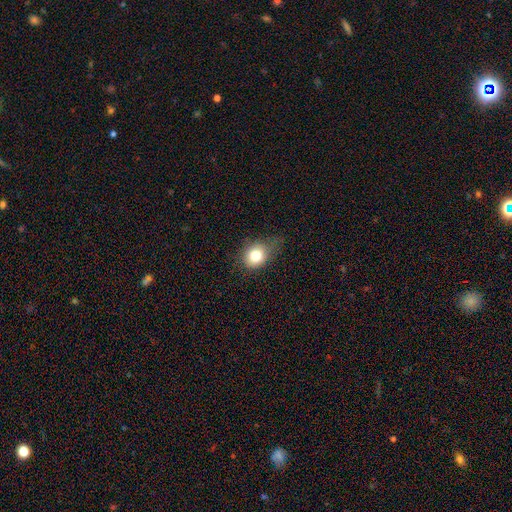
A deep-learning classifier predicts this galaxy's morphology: The model was most divided on "how rounded": round: 56%, in between: 43%, cigar-shaped: 1%. More confident: smooth or featured — smooth (79%); merging — none (54%).